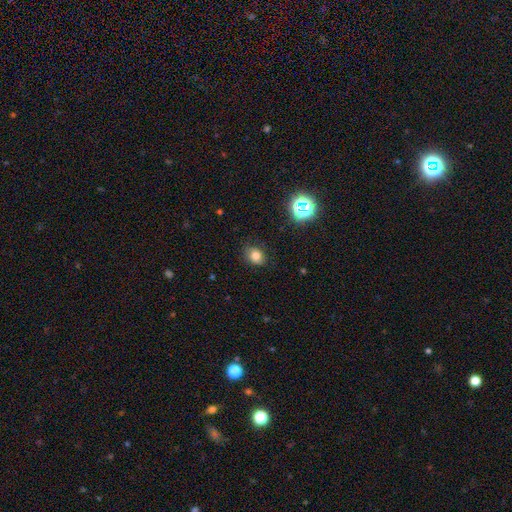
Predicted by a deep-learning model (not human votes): Morphology: type=smooth (74%); roundness=in between (54%); merging=none (78%).